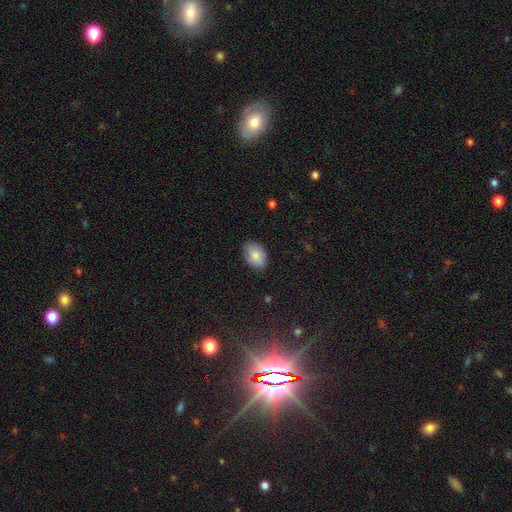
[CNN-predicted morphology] smooth 85%, featured or disk 8%, star or artifact 7%. Down the decision tree: how rounded — in between (86%); merging — none (83%).